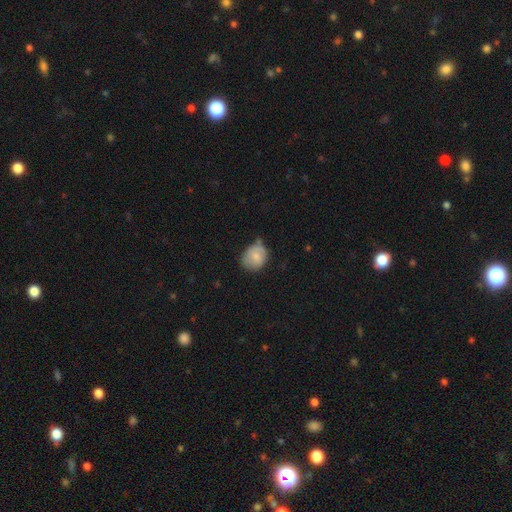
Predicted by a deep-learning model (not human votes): Smooth or featured? smooth (74%)
How rounded? round (58%)
Merging? none (49%)